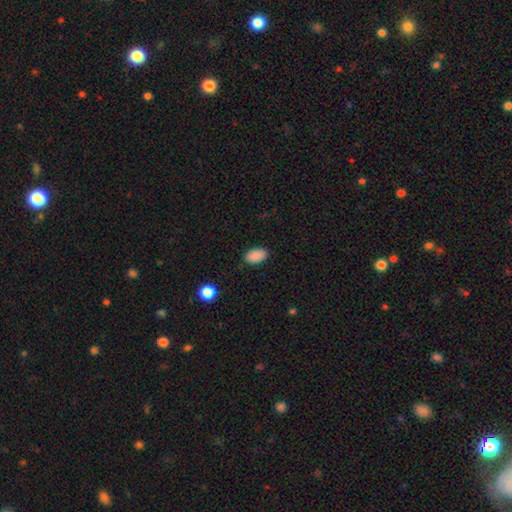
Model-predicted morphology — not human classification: Smooth or featured? Predicted: smooth (p=0.89). How rounded? Predicted: in between (p=0.93). Merging? Predicted: none (p=0.85).